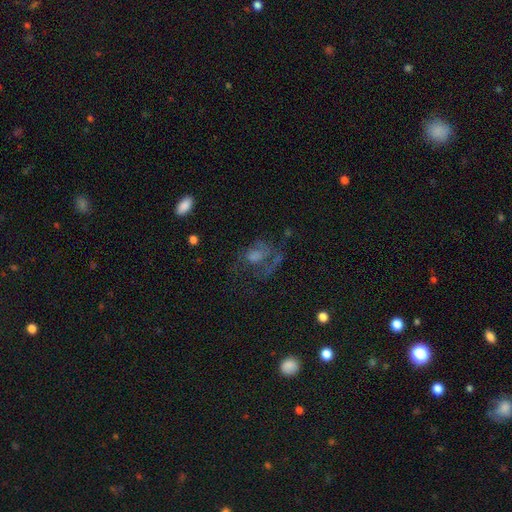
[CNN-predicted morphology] Smooth or featured: featured or disk — 52% (smooth — 27%)
Edge-on disk: no — 96% (yes — 4%)
Merging: none — 40% (major disturbance — 39%)